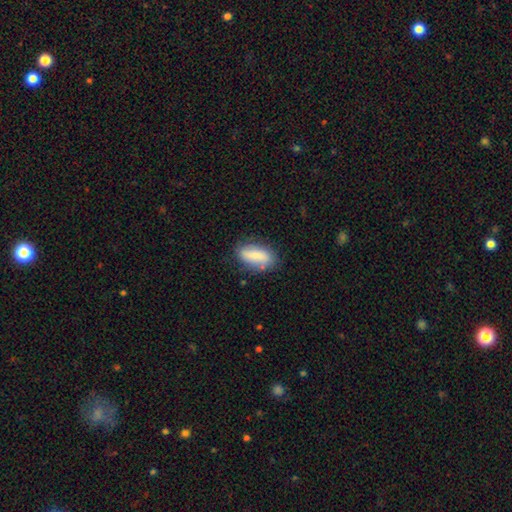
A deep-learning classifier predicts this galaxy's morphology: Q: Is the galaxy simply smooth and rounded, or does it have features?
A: smooth — 73%.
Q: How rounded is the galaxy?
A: in between — 81%.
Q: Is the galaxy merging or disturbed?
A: none — 77%.